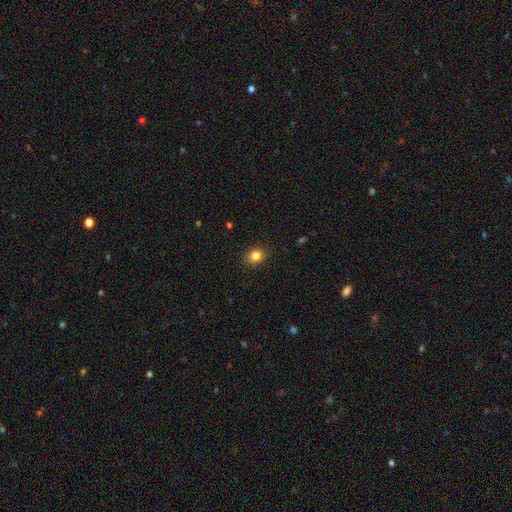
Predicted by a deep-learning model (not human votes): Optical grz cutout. It shows a smooth galaxy with no disk features (84%) that is round (57%). Merging: none (89%).